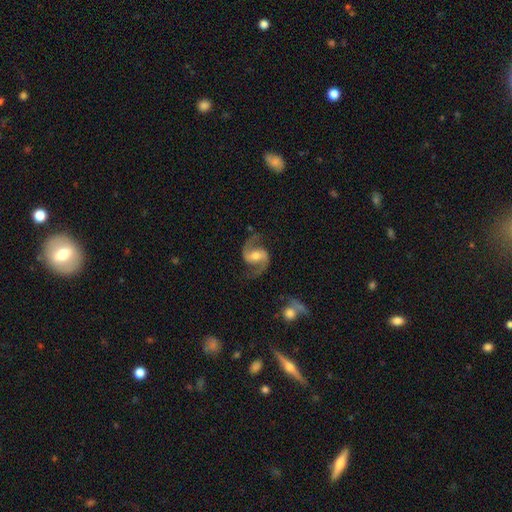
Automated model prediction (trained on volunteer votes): featured or disk 91%, star or artifact 4%, smooth 4%. Down the decision tree: edge-on disk — no (98%); bar — weak (45%); spiral arms — yes (98%); spiral arm count — 2 (94%); spiral winding — medium (55%); bulge size — moderate (63%); merging — none (80%).